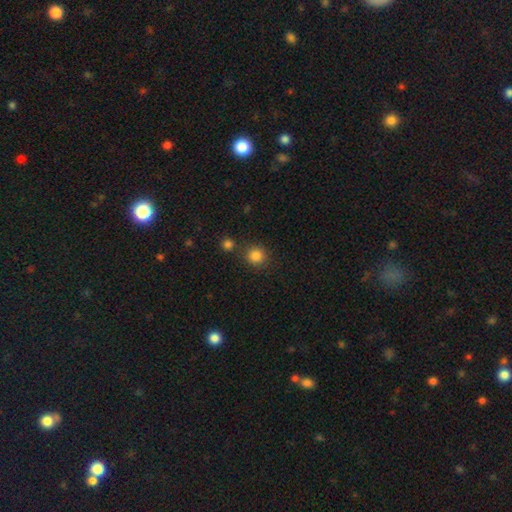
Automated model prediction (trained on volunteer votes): smooth_or_featured: smooth (p=0.84) [alt: star or artifact p=0.12]
how_rounded: round (p=0.91) [alt: in between p=0.08]
merging: none (p=0.80) [alt: merger p=0.09]